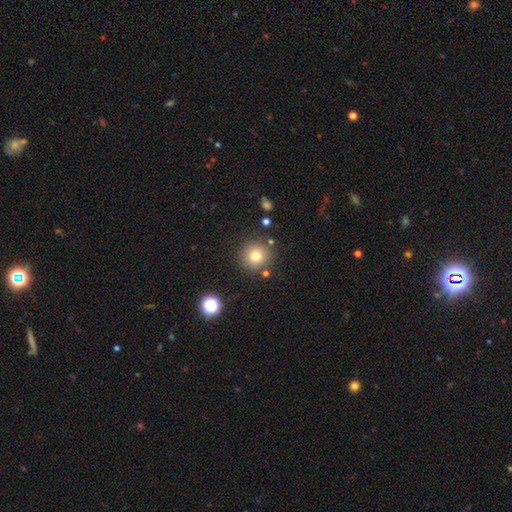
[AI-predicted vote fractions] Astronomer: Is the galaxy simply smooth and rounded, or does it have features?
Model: smooth — 76%.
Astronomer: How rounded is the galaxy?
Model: round — 94%.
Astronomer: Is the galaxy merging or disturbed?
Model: none — 84%.